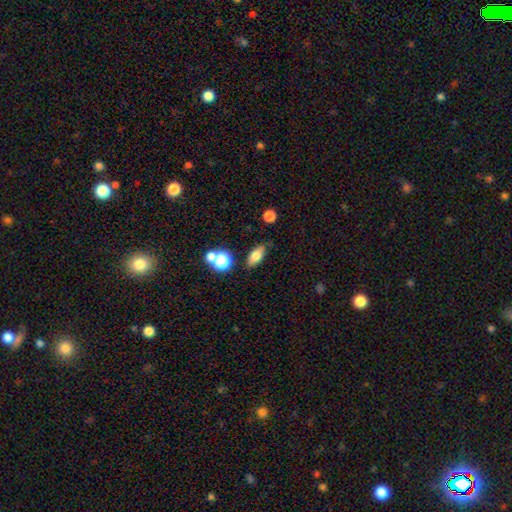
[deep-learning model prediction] Overall: smooth (74%). How rounded: in between (77%). Merging: none (79%).